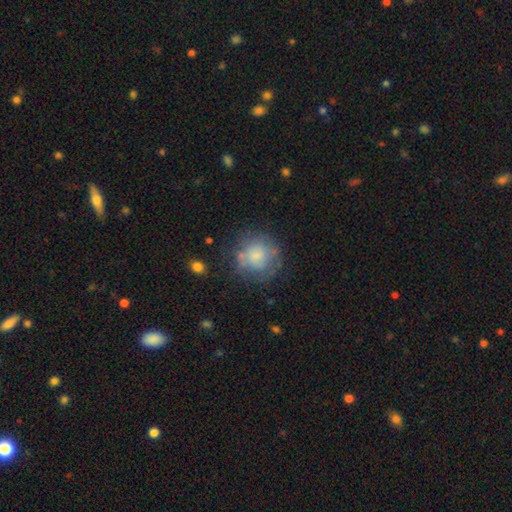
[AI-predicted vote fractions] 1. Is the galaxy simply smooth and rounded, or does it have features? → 68% smooth, 23% featured or disk, 9% star or artifact.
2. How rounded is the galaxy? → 89% round, 10% in between, 1% cigar-shaped.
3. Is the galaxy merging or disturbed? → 63% none, 20% minor disturbance, 12% major disturbance, 5% merger.